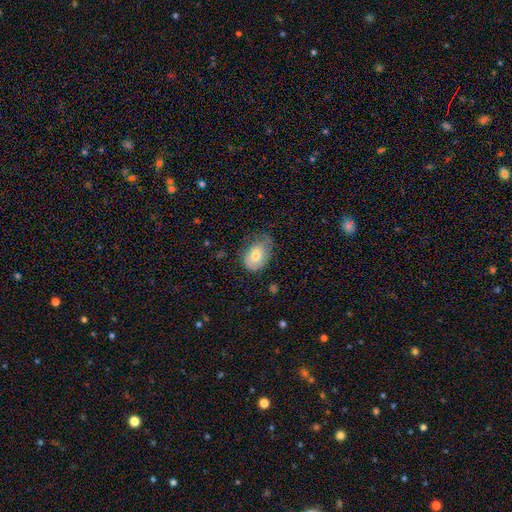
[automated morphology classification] Smooth or featured: smooth — 73% (featured or disk — 20%)
How rounded: in between — 83% (round — 16%)
Merging: none — 44% (minor disturbance — 40%)